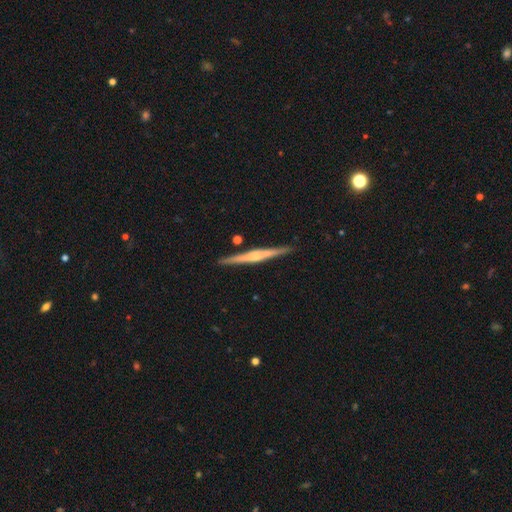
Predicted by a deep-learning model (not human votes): Q: Smooth or featured?
A: featured or disk (74%); runner-up: smooth (20%)
Q: Edge-on disk?
A: yes (98%); runner-up: no (2%)
Q: Edge-on bulge?
A: rounded (63%); runner-up: boxy (20%)
Q: Merging?
A: none (90%); runner-up: minor disturbance (7%)